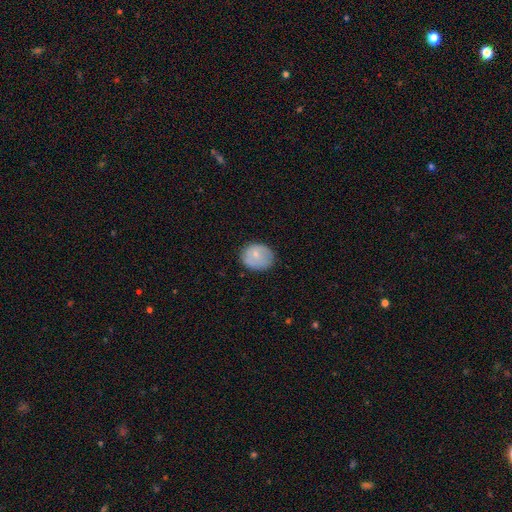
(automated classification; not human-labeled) This is likely a smooth galaxy (73%). How rounded: likely round (62%). Merging: likely none (76%).